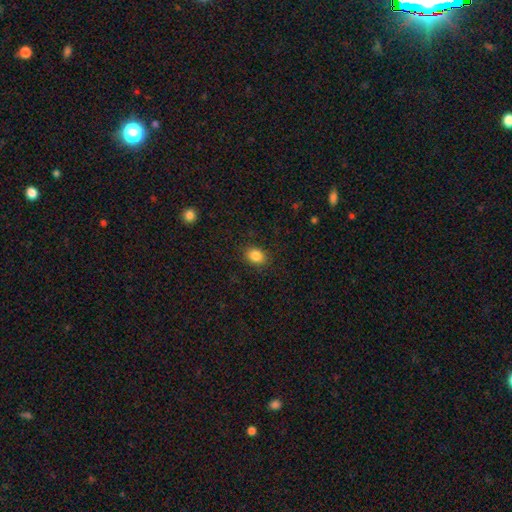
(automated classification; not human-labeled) Overall: smooth (85%). How rounded: in between (65%; round 34%). Merging: none (87%).